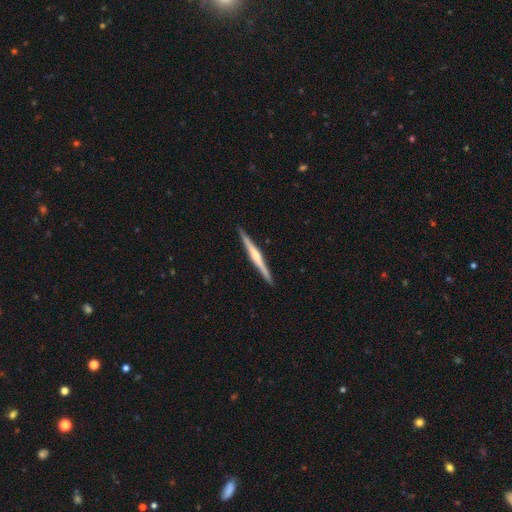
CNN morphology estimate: type=featured or disk (72%); edge-on=yes (98%); edge-on bulge=rounded (64%); merging=none (92%).